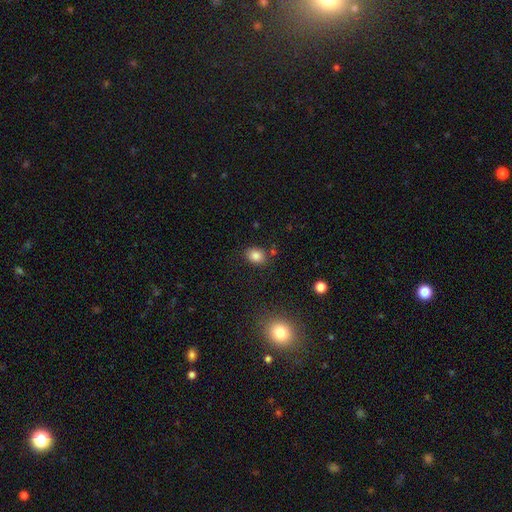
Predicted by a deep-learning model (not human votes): Smooth or featured? smooth (83%)
How rounded? in between (58%)
Merging? none (79%)